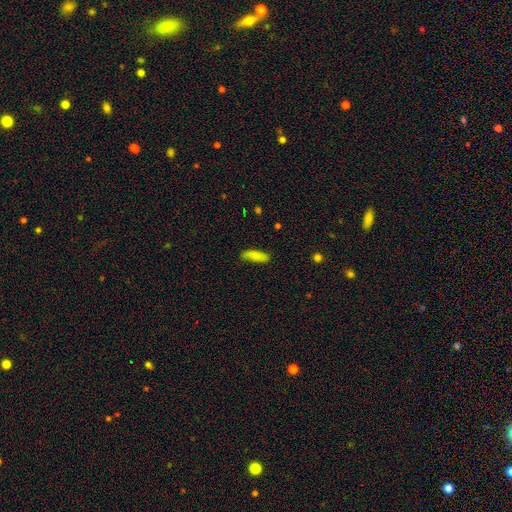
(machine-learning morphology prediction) smooth_or_featured: smooth (p=0.86) [alt: featured or disk p=0.07]
how_rounded: in between (p=0.54) [alt: cigar-shaped p=0.44]
merging: none (p=0.80) [alt: minor disturbance p=0.15]